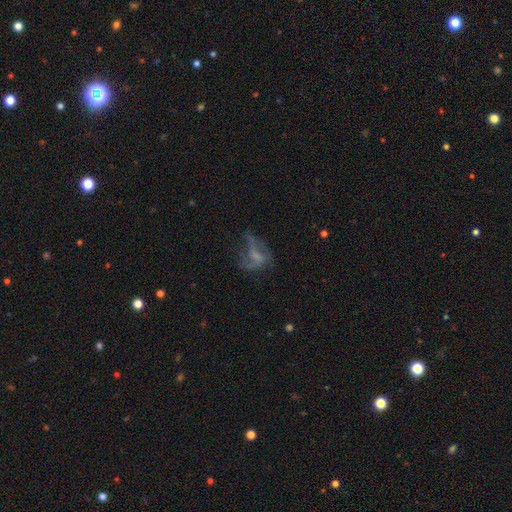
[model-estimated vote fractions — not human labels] This is possibly a featured or disk galaxy (54%). It is clearly not viewed edge-on (96%). Bar: possibly no (58%). Spiral arm pattern: possibly no (51%). Central bulge: possibly none (49%). Merging: marginally major disturbance (42%).